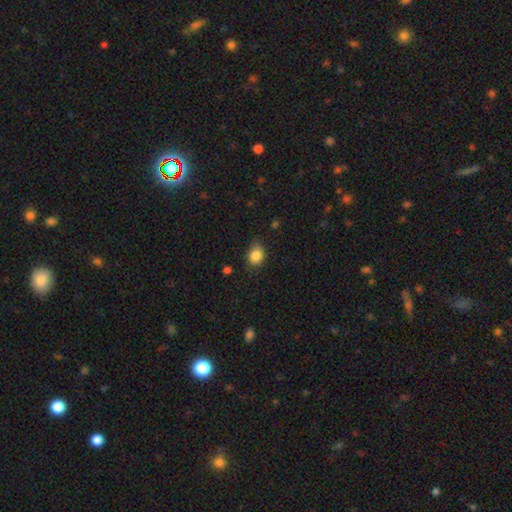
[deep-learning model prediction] Morphology: type=smooth (85%); roundness=round (55%); merging=none (68%).